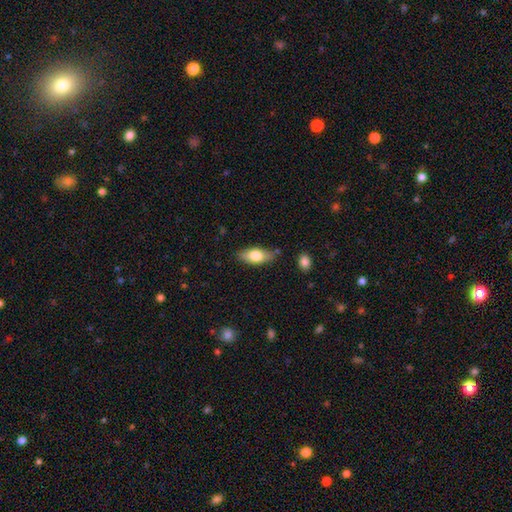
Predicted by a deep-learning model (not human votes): Morphology: type=smooth (73%); roundness=in between (83%); merging=none (74%).